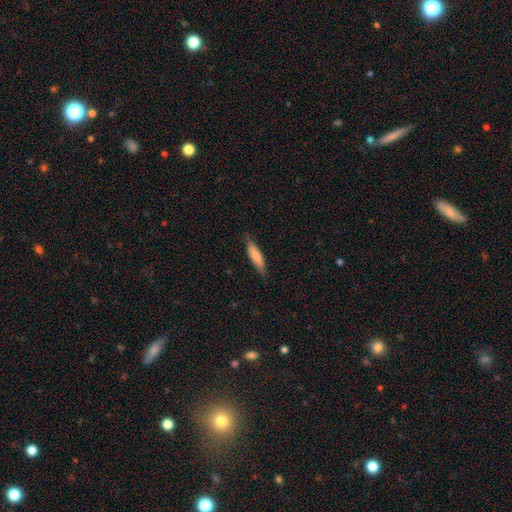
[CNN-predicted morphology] smooth 78%, featured or disk 17%, star or artifact 5%. Down the decision tree: how rounded — cigar-shaped (75%); merging — none (81%).